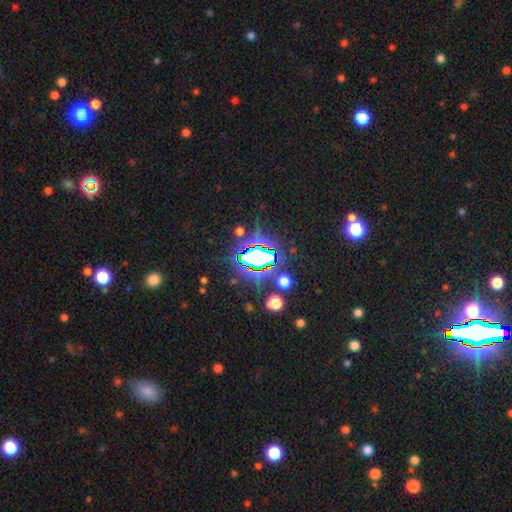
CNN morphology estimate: A star or artifact, not a galaxy (84%).